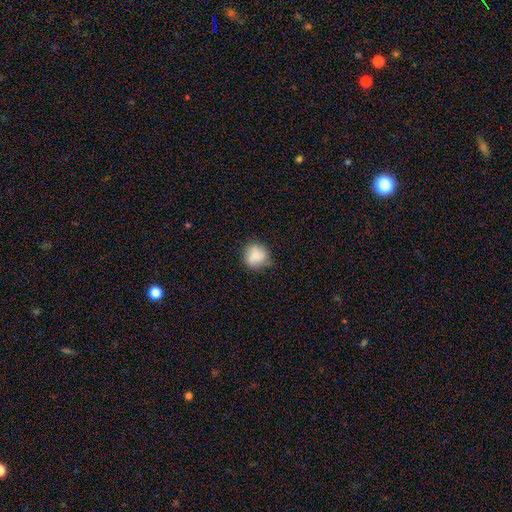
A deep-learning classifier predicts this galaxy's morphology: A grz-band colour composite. It shows a smooth galaxy with no disk features (82%) that is round (84%). Merging: none (66%).